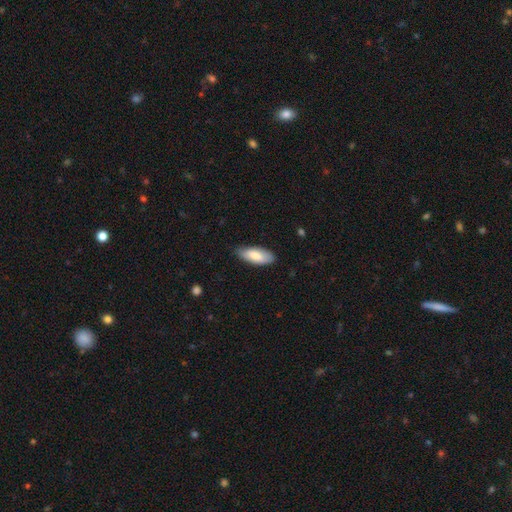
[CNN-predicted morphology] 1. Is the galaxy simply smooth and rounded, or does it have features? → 79% smooth, 16% featured or disk, 5% star or artifact.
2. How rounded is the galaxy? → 82% in between, 16% cigar-shaped, 2% round.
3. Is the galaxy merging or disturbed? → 80% none, 16% minor disturbance, 2% major disturbance, 1% merger.